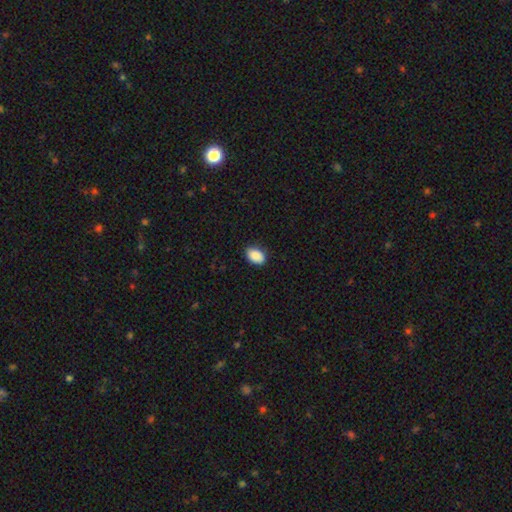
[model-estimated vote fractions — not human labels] A smooth galaxy with no disk features (89%) that is in between round and cigar-shaped (87%).

Vote fractions:
- Smooth or featured? smooth: 89% / star or artifact: 7% / featured or disk: 4%
- How rounded? in between: 87% / round: 12% / cigar-shaped: 1%
- Merging? none: 82% / minor disturbance: 14% / major disturbance: 2% / merger: 1%